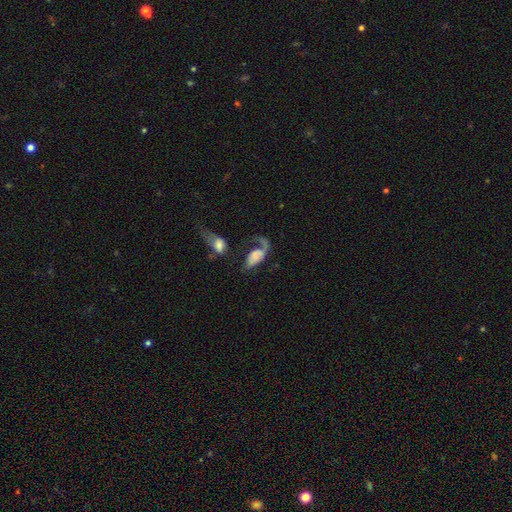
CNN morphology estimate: A featured or disk galaxy (54%) with no bar (71%), spiral arms (76%) and no central bulge (41%).

Vote fractions:
- Smooth or featured? featured or disk: 54% / smooth: 38% / star or artifact: 8%
- Edge-on disk? no: 94% / yes: 6%
- Bar? no: 71% / weak: 21% / strong: 8%
- Spiral arms? yes: 76% / no: 24%
- Bulge size? none: 41% / small: 24% / moderate: 16% / large: 13% / dominant: 6%
- Merging? major disturbance: 42% / merger: 23% / none: 22% / minor disturbance: 13%